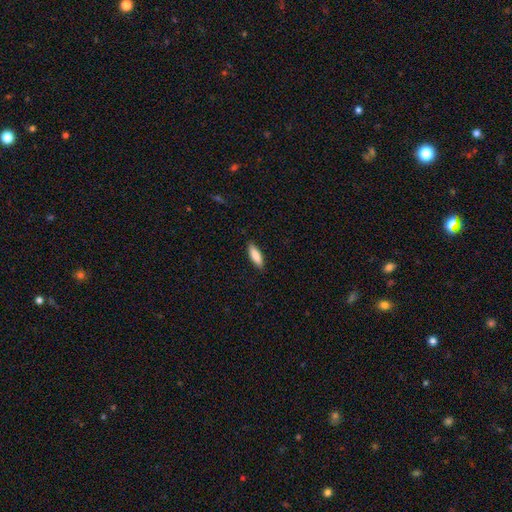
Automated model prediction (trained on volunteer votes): Smooth or featured? smooth (83%)
How rounded? cigar-shaped (55%)
Merging? none (88%)